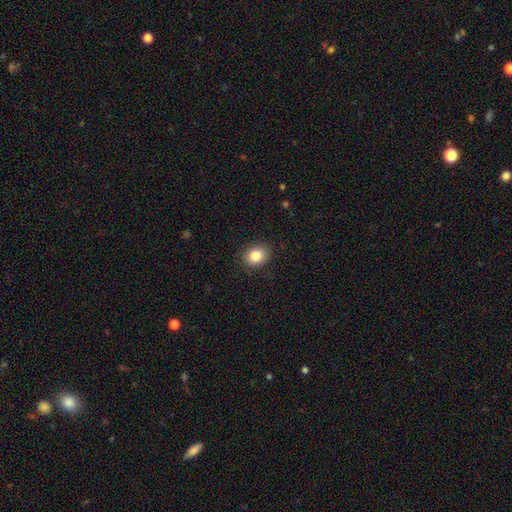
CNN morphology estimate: smooth-or-featured: smooth: 84% | star or artifact: 10% | featured or disk: 6%
  how-rounded: round: 54% | in between: 45% | cigar-shaped: 1%
  merging: none: 89% | minor disturbance: 8% | major disturbance: 2% | merger: 1%